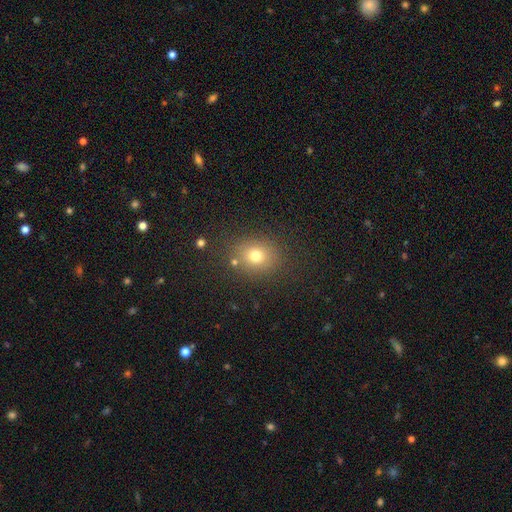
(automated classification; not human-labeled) Morphology: type=smooth (74%); roundness=round (70%); merging=none (82%).